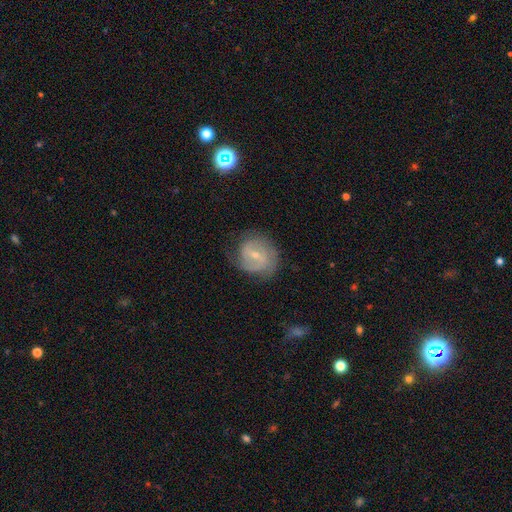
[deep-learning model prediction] Morphology: type=featured or disk (70%); edge-on=no (97%); bar=weak (53%); spiral arms=yes (84%); winding=medium (43%); arm count=2 (59%); bulge=small (66%); merging=none (67%).